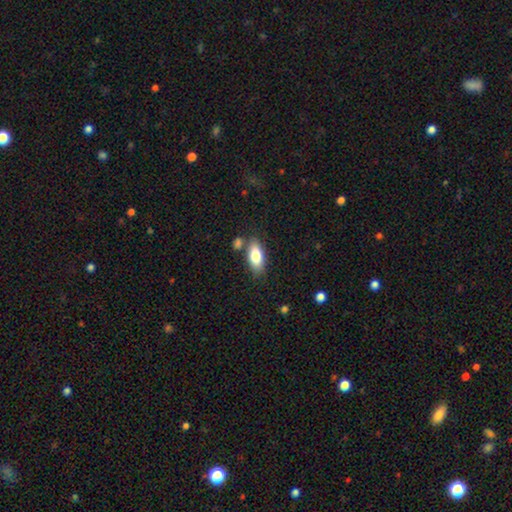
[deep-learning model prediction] Smooth or featured? Predicted: smooth (p=0.79). How rounded? Predicted: in between (p=0.83). Merging? Predicted: none (p=0.73).